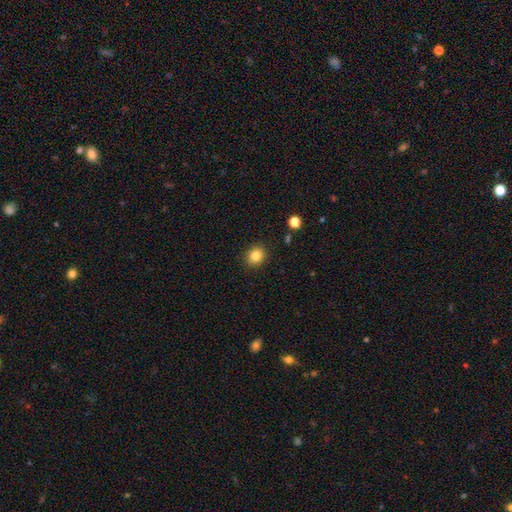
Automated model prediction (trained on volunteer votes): Q: Smooth or featured?
A: smooth (83%); runner-up: star or artifact (11%)
Q: How rounded?
A: round (76%); runner-up: in between (23%)
Q: Merging?
A: none (90%); runner-up: minor disturbance (6%)